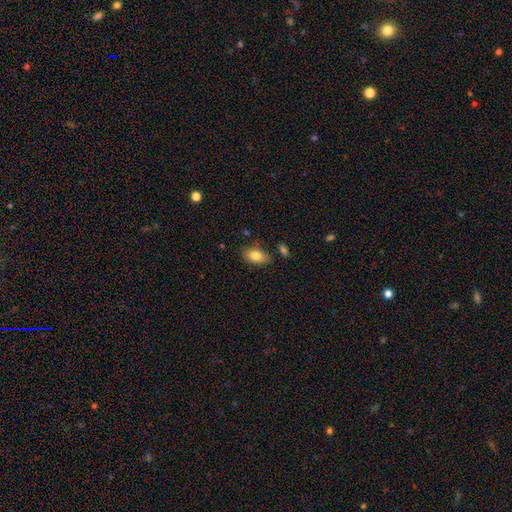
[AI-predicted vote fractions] This is clearly a smooth galaxy (81%). How rounded: clearly in between (89%). Merging: likely none (75%).